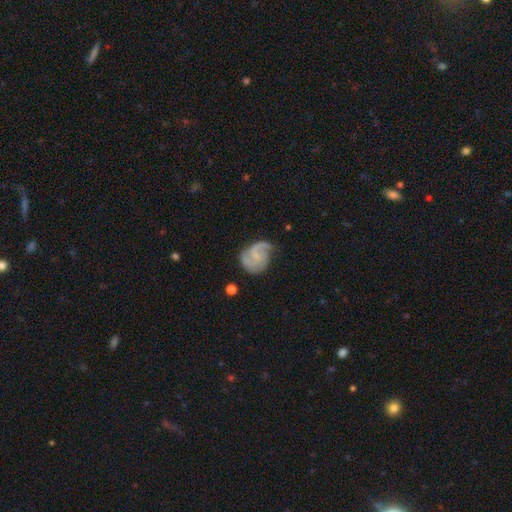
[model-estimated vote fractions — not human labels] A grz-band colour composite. It shows a featured or disk galaxy (75%) with no bar (62%), 2 (52%) medium (47%) spiral arms (93%) and a small central bulge (67%). Merging: none (51%).